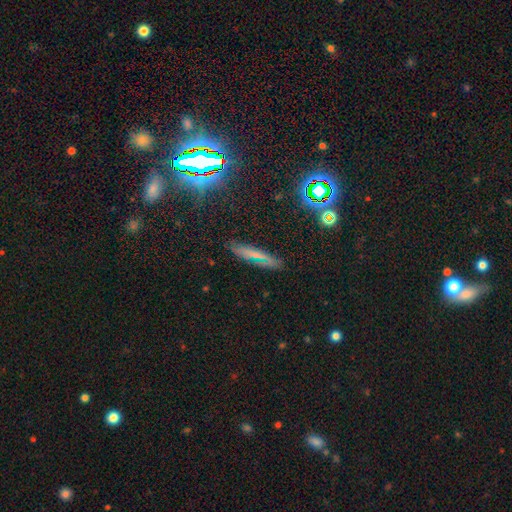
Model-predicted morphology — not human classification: Smooth or featured? Predicted: smooth (p=0.46). Merging? Predicted: none (p=0.79).